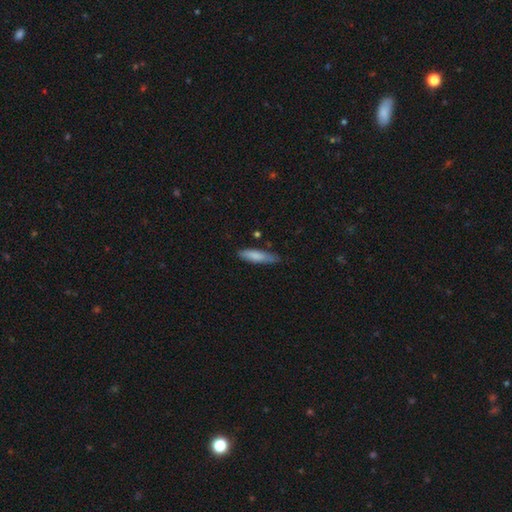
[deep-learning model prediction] smooth-or-featured: smooth: 80% | featured or disk: 14% | star or artifact: 6%
  how-rounded: cigar-shaped: 72% | in between: 27% | round: 1%
  merging: none: 70% | minor disturbance: 24% | major disturbance: 4% | merger: 2%